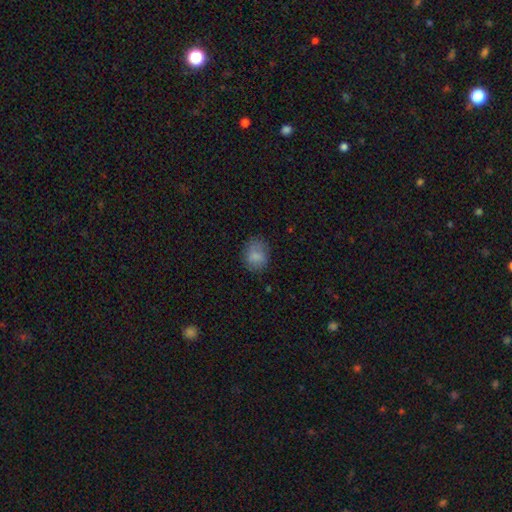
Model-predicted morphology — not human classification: Smooth or featured?
  - smooth: 81% *
  - featured or disk: 9%
  - star or artifact: 9%
How rounded?
  - round: 57% *
  - in between: 42%
  - cigar-shaped: 1%
Merging?
  - none: 72% *
  - minor disturbance: 20%
  - major disturbance: 7%
  - merger: 1%